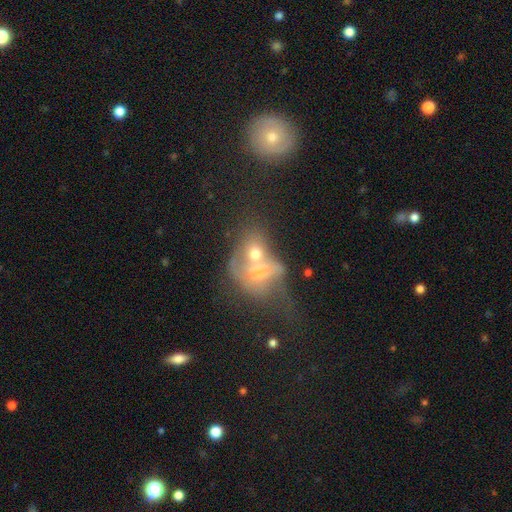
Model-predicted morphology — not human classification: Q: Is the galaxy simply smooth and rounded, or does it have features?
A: featured or disk — 45%.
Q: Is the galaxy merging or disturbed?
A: merger — 63%.